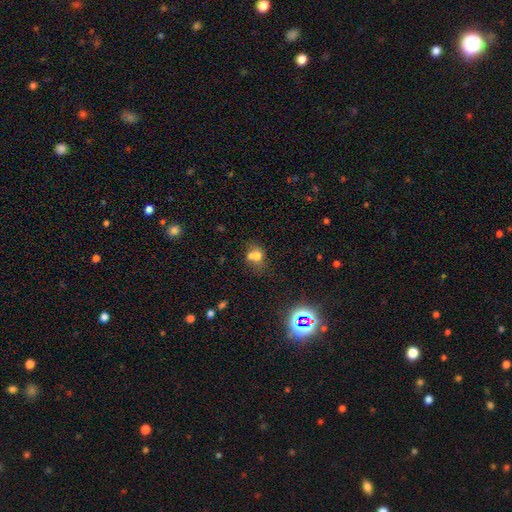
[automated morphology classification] The model was most divided on "merging": merger: 50%, none: 33%, minor disturbance: 11%, major disturbance: 6%. More confident: smooth or featured — smooth (66%); how rounded — round (64%).